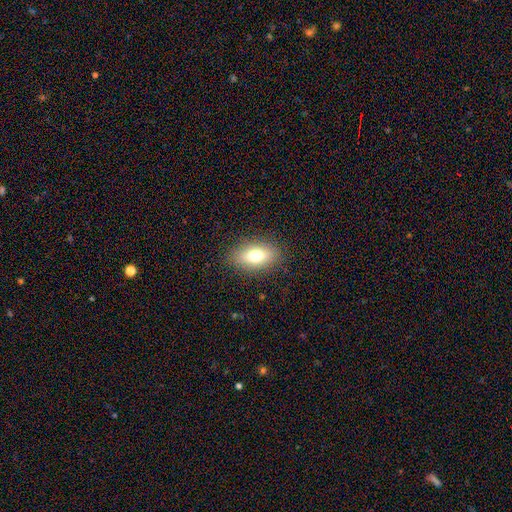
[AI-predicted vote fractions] A smooth galaxy with no disk features (73%) that is in between round and cigar-shaped (85%).

Vote fractions:
- Smooth or featured? smooth: 73% / featured or disk: 17% / star or artifact: 9%
- How rounded? in between: 85% / round: 9% / cigar-shaped: 6%
- Merging? none: 86% / minor disturbance: 10% / major disturbance: 3% / merger: 1%